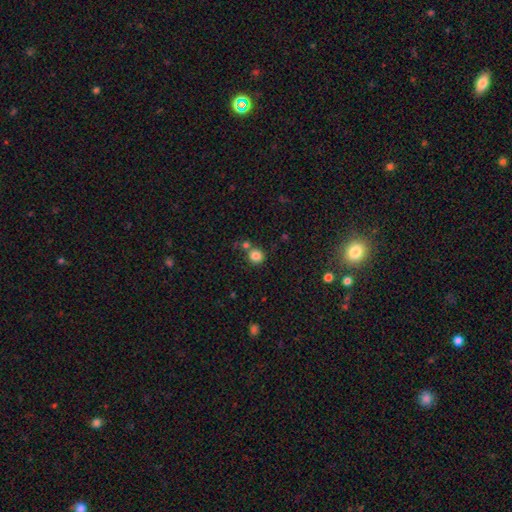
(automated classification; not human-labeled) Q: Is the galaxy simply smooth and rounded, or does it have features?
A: smooth — 83%.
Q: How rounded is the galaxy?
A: round — 92%.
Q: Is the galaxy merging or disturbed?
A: none — 70%.